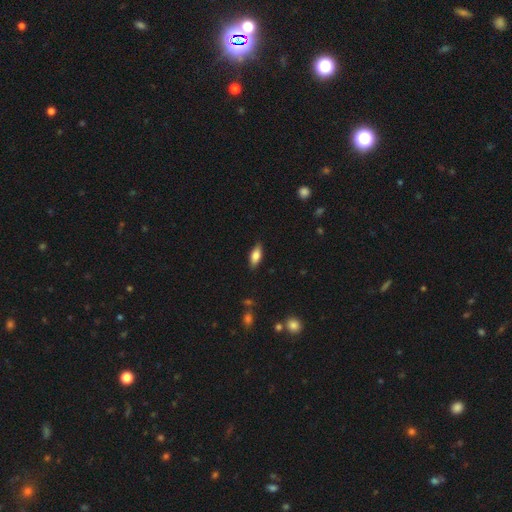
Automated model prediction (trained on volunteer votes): The model was most divided on "smooth or featured": smooth: 76%, featured or disk: 17%, star or artifact: 7%. More confident: merging — none (86%); how rounded — in between (81%).